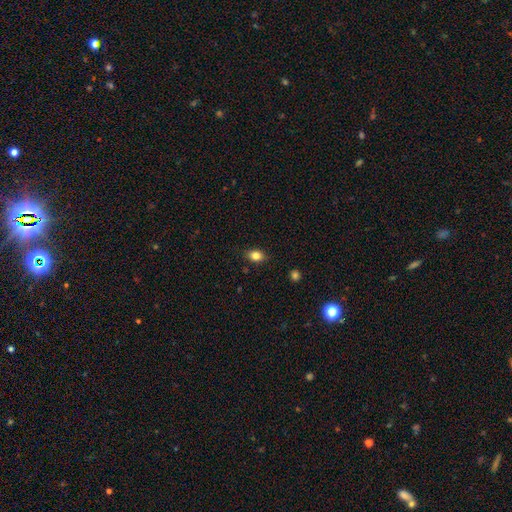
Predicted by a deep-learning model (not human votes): smooth 82%, star or artifact 10%, featured or disk 7%. Down the decision tree: how rounded — in between (71%); merging — none (85%).